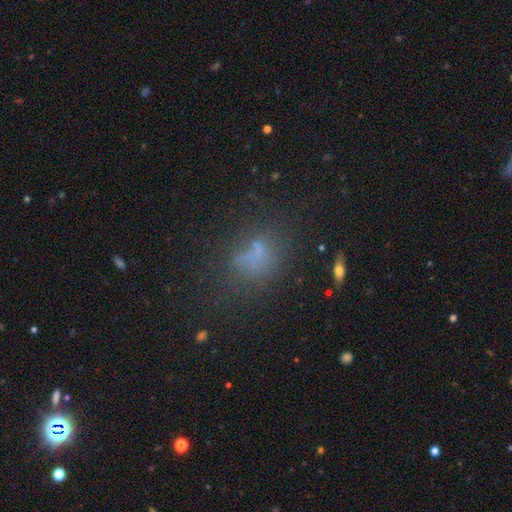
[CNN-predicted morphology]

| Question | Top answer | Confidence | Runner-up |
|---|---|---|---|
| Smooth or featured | smooth | 55% | star or artifact (26%) |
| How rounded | in between | 61% | round (33%) |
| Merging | none | 52% | minor disturbance (20%) |